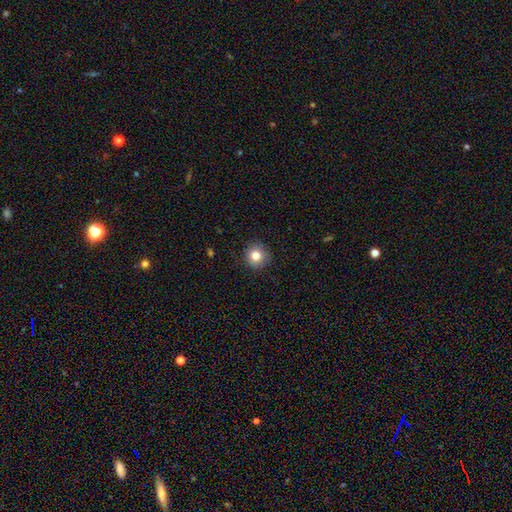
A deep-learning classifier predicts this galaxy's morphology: Q: Smooth or featured?
A: smooth (82%); runner-up: star or artifact (11%)
Q: How rounded?
A: round (93%); runner-up: in between (6%)
Q: Merging?
A: none (90%); runner-up: minor disturbance (7%)